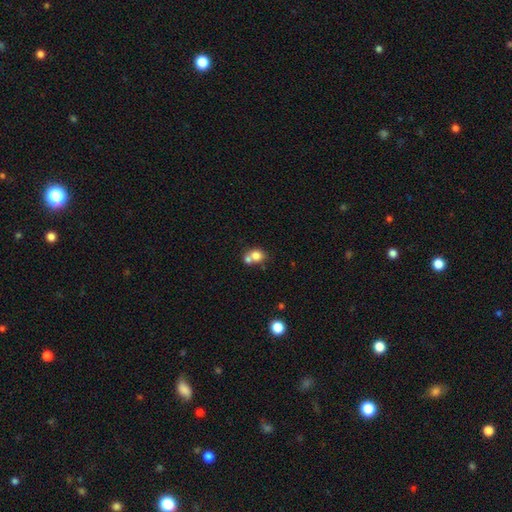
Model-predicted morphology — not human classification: A smooth galaxy with no disk features (76%) that is round (65%).

Vote fractions:
- Smooth or featured? smooth: 76% / featured or disk: 13% / star or artifact: 11%
- How rounded? round: 65% / in between: 34% / cigar-shaped: 1%
- Merging? merger: 52% / none: 36% / minor disturbance: 8% / major disturbance: 4%